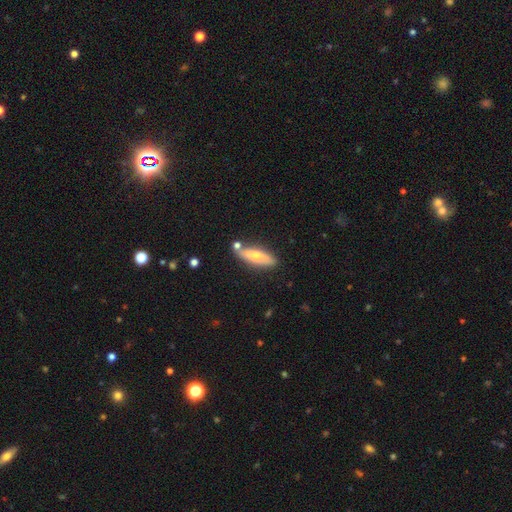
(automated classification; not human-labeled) smooth_or_featured: smooth (p=0.58) [alt: featured or disk p=0.36]
how_rounded: cigar-shaped (p=0.56) [alt: in between p=0.41]
merging: none (p=0.78) [alt: minor disturbance p=0.13]